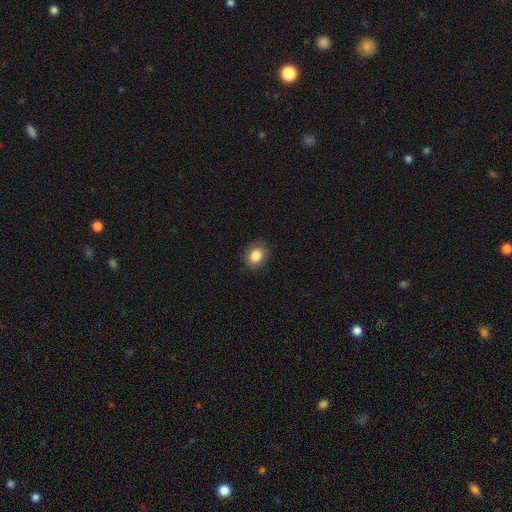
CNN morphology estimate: Q: Smooth or featured?
A: smooth (84%); runner-up: star or artifact (8%)
Q: How rounded?
A: in between (53%); runner-up: round (46%)
Q: Merging?
A: none (86%); runner-up: minor disturbance (10%)